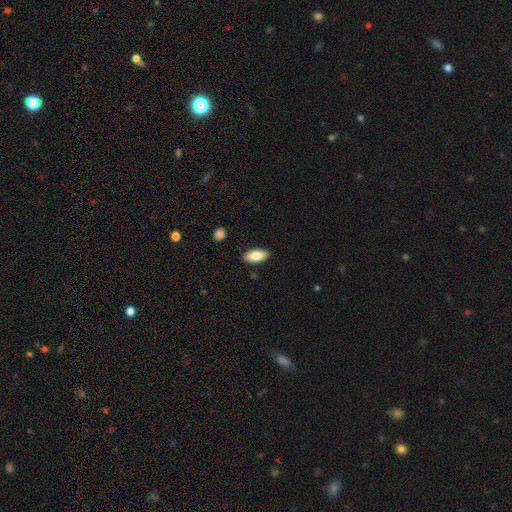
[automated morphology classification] type=smooth (82%); roundness=in between (91%); merging=none (88%).